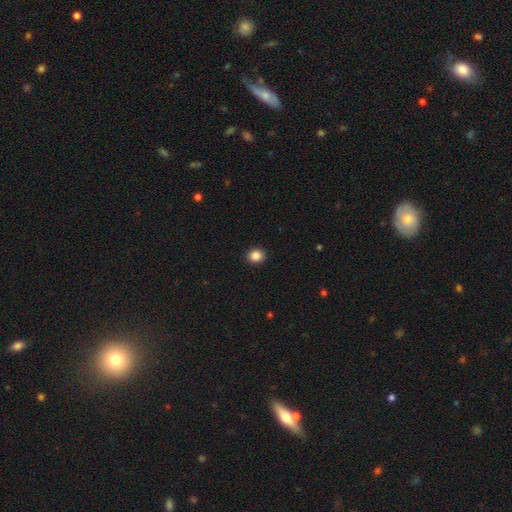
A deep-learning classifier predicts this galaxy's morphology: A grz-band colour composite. It shows a smooth galaxy with no disk features (87%) that is round (74%). Merging: none (92%).